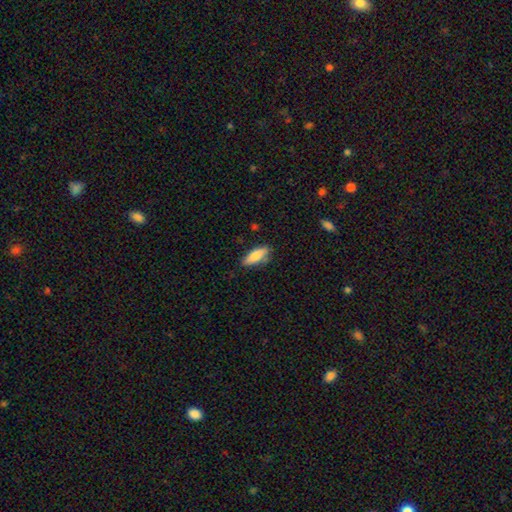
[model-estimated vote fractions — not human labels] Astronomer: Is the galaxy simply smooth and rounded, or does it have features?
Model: smooth — 81%.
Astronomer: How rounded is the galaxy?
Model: in between — 60% (runner-up: cigar-shaped, 38%).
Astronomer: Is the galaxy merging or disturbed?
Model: none — 77%.